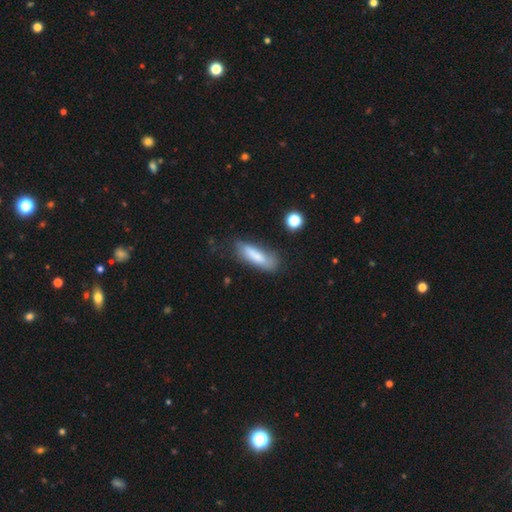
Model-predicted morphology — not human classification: smooth_or_featured: smooth (p=0.76) [alt: featured or disk p=0.16]
how_rounded: cigar-shaped (p=0.56) [alt: in between p=0.42]
merging: none (p=0.60) [alt: minor disturbance p=0.26]